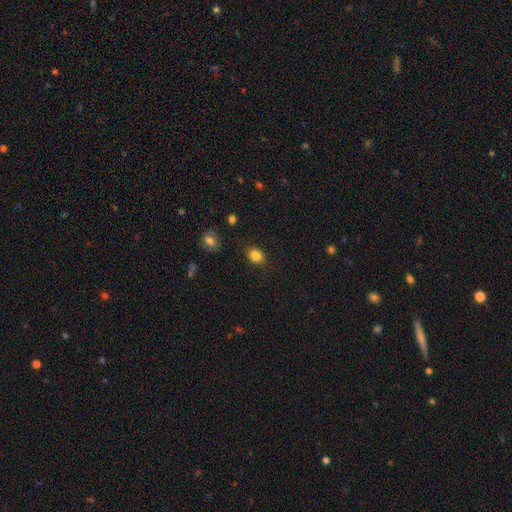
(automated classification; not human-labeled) Overall: smooth (84%). How rounded: in between (57%; round 42%). Merging: none (85%).